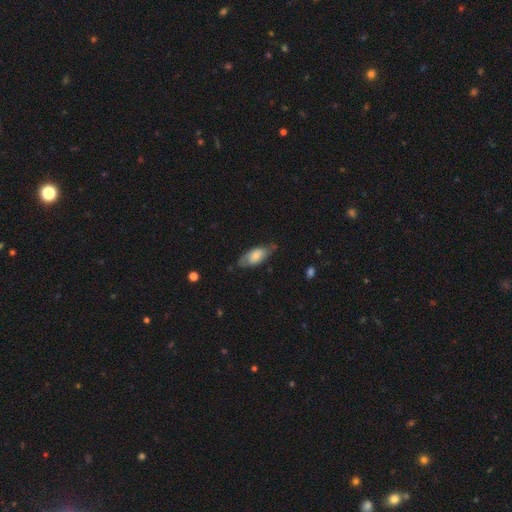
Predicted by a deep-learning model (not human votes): Smooth or featured? smooth (65%)
How rounded? in between (87%)
Merging? none (61%)